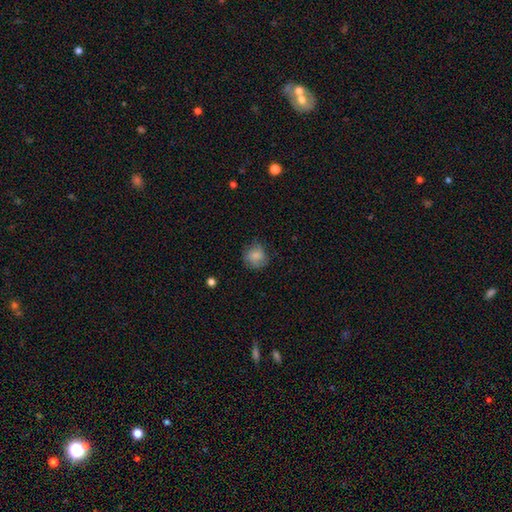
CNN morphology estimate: Q: Smooth or featured?
A: smooth (75%); runner-up: featured or disk (17%)
Q: How rounded?
A: round (83%); runner-up: in between (16%)
Q: Merging?
A: none (70%); runner-up: minor disturbance (21%)